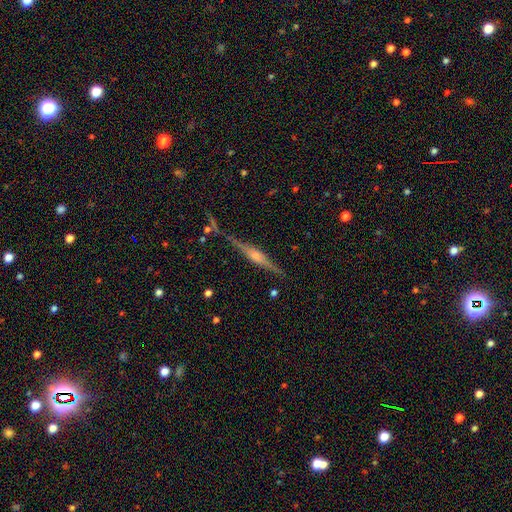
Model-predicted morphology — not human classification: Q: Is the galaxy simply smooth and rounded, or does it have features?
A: featured or disk — 83%.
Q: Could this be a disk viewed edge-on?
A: yes — 98%.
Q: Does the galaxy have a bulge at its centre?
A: rounded — 75%.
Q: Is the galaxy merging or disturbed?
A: none — 84%.